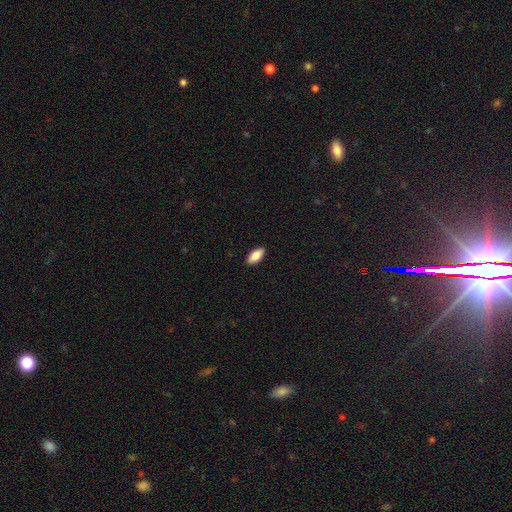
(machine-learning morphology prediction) Q: Smooth or featured?
A: smooth (86%); runner-up: featured or disk (8%)
Q: How rounded?
A: in between (87%); runner-up: cigar-shaped (11%)
Q: Merging?
A: none (90%); runner-up: minor disturbance (8%)